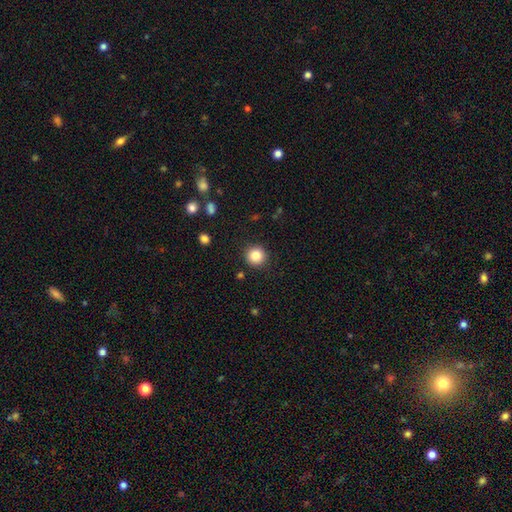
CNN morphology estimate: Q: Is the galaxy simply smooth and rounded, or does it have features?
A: smooth — 83%.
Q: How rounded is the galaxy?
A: round — 95%.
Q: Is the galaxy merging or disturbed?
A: none — 91%.